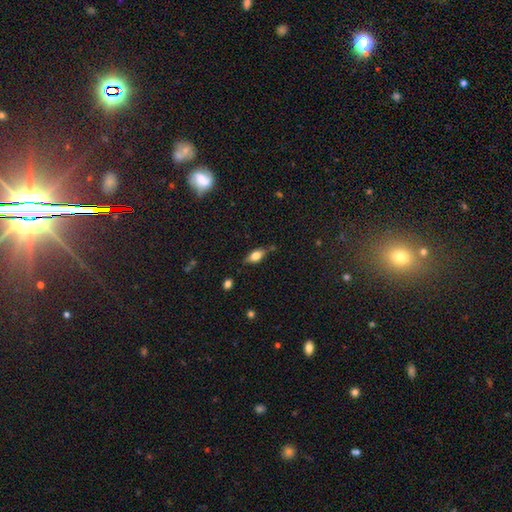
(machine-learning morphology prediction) A smooth galaxy with no disk features (66%) that is in between round and cigar-shaped (82%).

Vote fractions:
- Smooth or featured? smooth: 66% / featured or disk: 25% / star or artifact: 9%
- How rounded? in between: 82% / cigar-shaped: 13% / round: 5%
- Merging? none: 74% / minor disturbance: 18% / major disturbance: 4% / merger: 4%